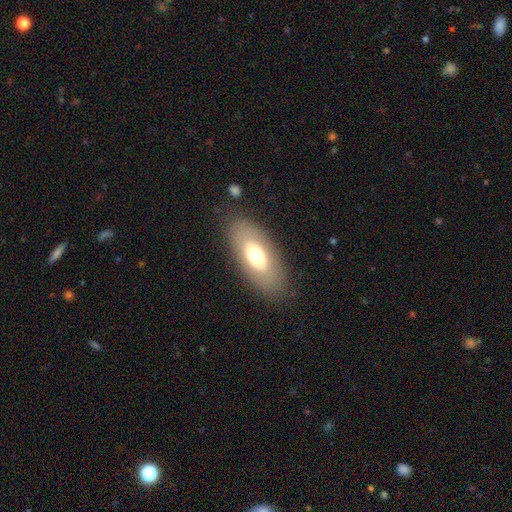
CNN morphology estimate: Smooth or featured? smooth (62%)
How rounded? in between (88%)
Merging? none (85%)